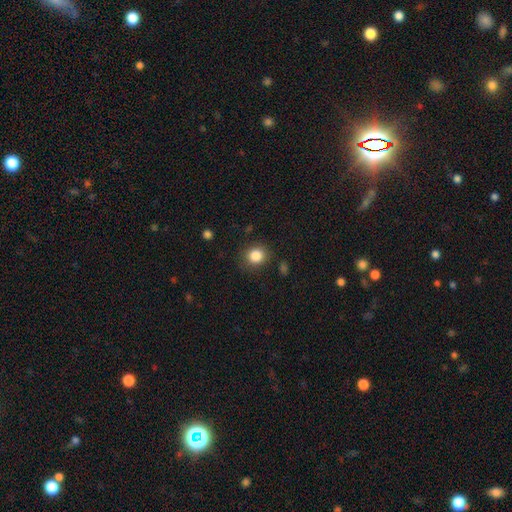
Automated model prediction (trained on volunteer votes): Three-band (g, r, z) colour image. It shows a smooth galaxy with no disk features (86%) that is round (79%). Merging: none (84%).